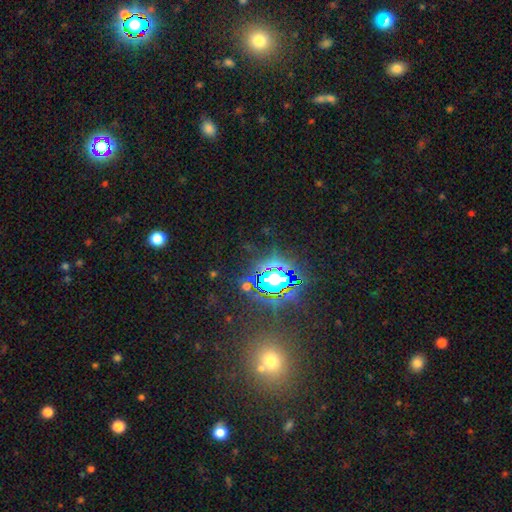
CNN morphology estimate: Smooth or featured: star or artifact — 80% (smooth — 12%)